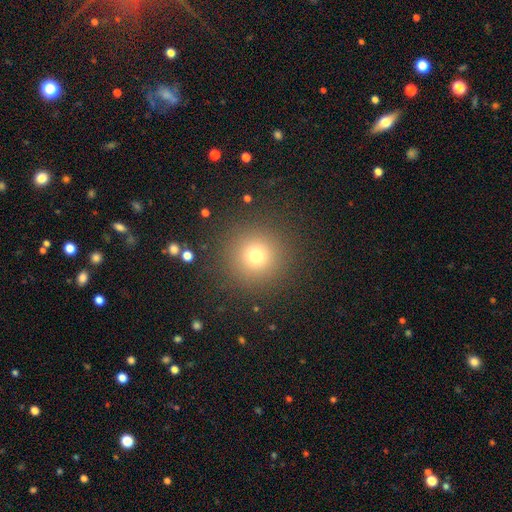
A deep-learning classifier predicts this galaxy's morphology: type=smooth (73%); roundness=round (96%); merging=none (90%).